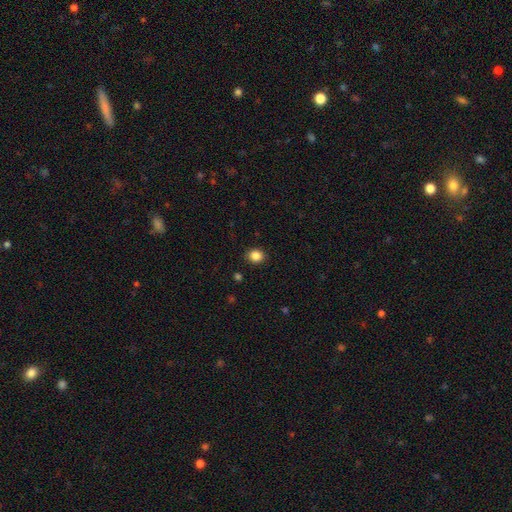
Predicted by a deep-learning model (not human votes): Overall: smooth (86%). How rounded: round (71%). Merging: none (90%).